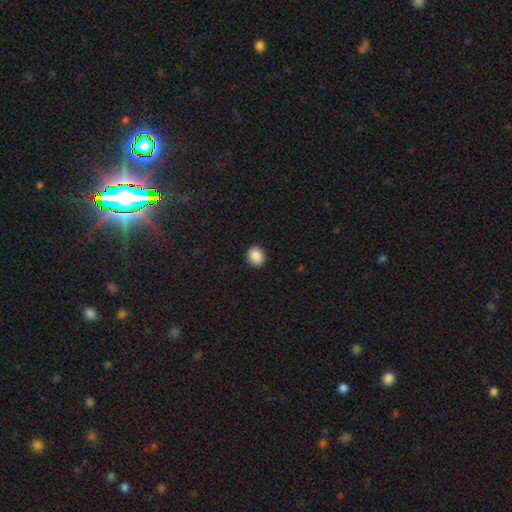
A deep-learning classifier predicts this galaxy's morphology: The model was most divided on "how rounded": round: 74%, in between: 25%, cigar-shaped: 1%. More confident: merging — none (92%); smooth or featured — smooth (88%).